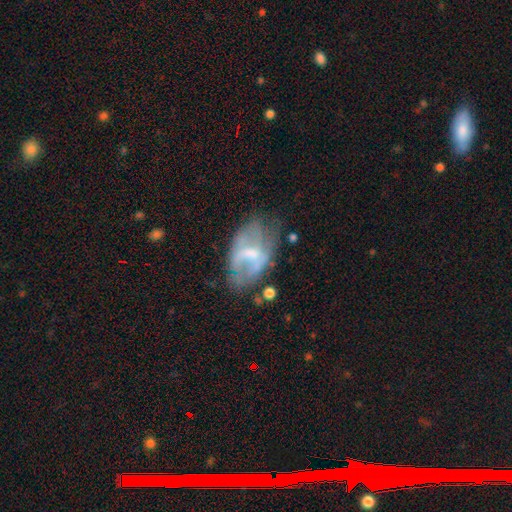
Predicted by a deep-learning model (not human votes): smooth_or_featured: featured or disk (p=0.60) [alt: smooth p=0.32]
disk_edge_on: no (p=0.94) [alt: yes p=0.06]
bar: weak (p=0.46) [alt: no p=0.37]
has_spiral_arms: no (p=0.53) [alt: yes p=0.47]
bulge_size: moderate (p=0.41) [alt: small p=0.30]
merging: none (p=0.44) [alt: minor disturbance p=0.27]